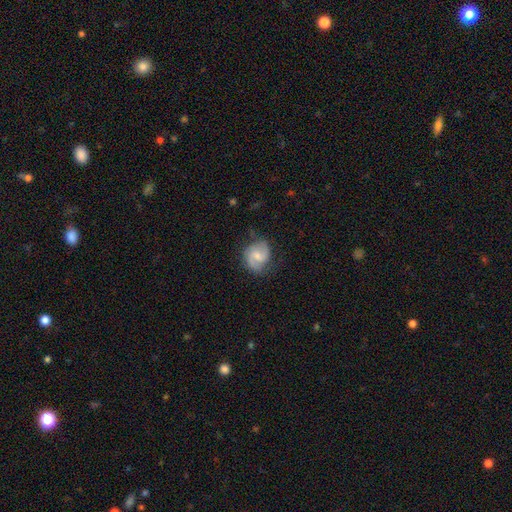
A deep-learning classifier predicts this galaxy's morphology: smooth_or_featured: featured or disk (p=0.71) [alt: smooth p=0.22]
disk_edge_on: no (p=0.98) [alt: yes p=0.02]
bar: weak (p=0.52) [alt: no p=0.39]
has_spiral_arms: yes (p=0.94) [alt: no p=0.06]
spiral_winding: medium (p=0.51) [alt: loose p=0.27]
spiral_arm_count: 2 (p=0.87) [alt: can't tell p=0.06]
bulge_size: small (p=0.47) [alt: moderate p=0.38]
merging: none (p=0.70) [alt: minor disturbance p=0.21]